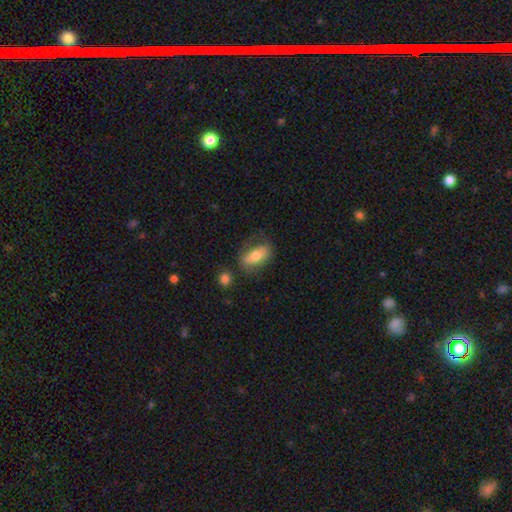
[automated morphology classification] type=smooth (66%); roundness=in between (88%); merging=none (61%).